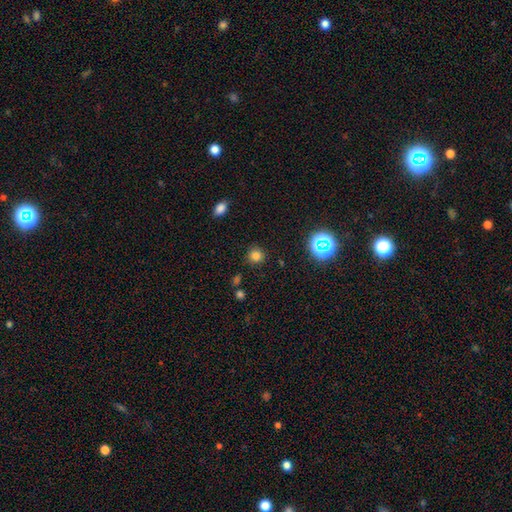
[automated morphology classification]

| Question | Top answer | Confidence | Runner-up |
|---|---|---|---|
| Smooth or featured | smooth | 78% | star or artifact (17%) |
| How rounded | round | 91% | in between (8%) |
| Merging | none | 87% | minor disturbance (8%) |